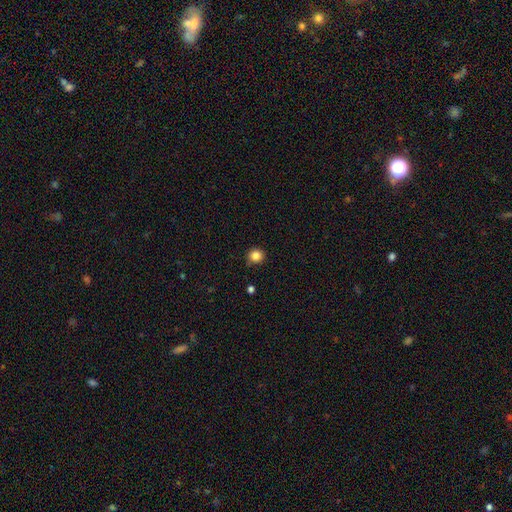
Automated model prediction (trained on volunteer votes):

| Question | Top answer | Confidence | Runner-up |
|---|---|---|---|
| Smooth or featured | smooth | 85% | star or artifact (11%) |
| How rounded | round | 92% | in between (7%) |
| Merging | none | 86% | minor disturbance (10%) |